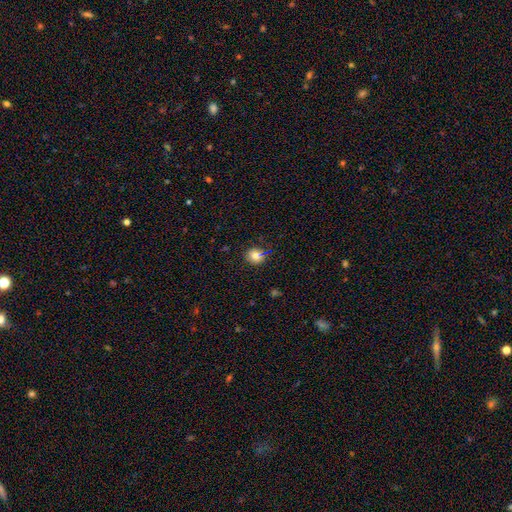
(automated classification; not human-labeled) Q: Smooth or featured?
A: smooth (79%); runner-up: star or artifact (13%)
Q: How rounded?
A: round (87%); runner-up: in between (12%)
Q: Merging?
A: none (83%); runner-up: minor disturbance (12%)